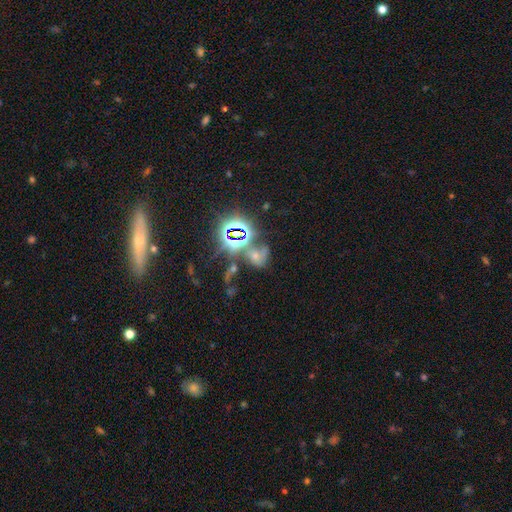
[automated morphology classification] star or artifact 50%, smooth 32%, featured or disk 18%.